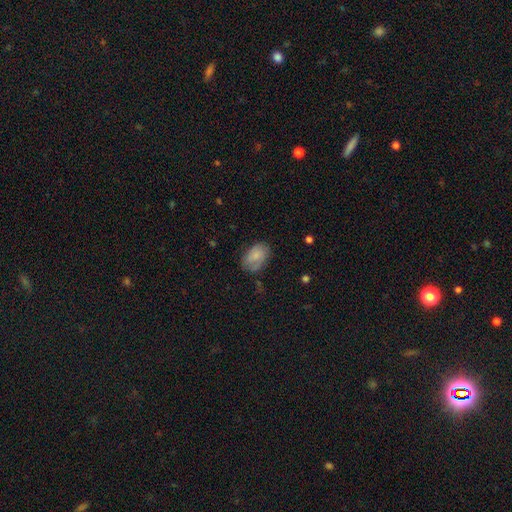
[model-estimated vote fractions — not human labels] smooth 76%, featured or disk 16%, star or artifact 7%. Down the decision tree: how rounded — in between (88%); merging — none (64%).